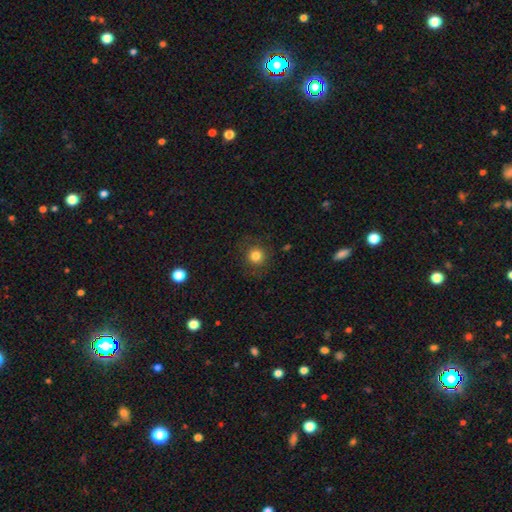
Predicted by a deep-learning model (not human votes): Smooth or featured? smooth (81%)
How rounded? round (93%)
Merging? none (86%)